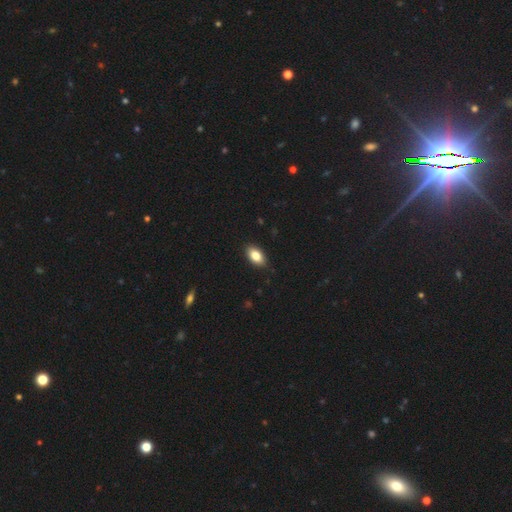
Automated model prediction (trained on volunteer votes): Q: Smooth or featured?
A: smooth (84%); runner-up: featured or disk (9%)
Q: How rounded?
A: in between (92%); runner-up: round (5%)
Q: Merging?
A: none (88%); runner-up: minor disturbance (9%)